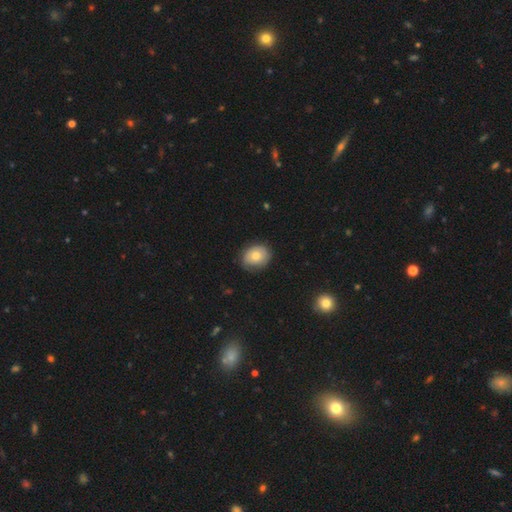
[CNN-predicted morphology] This is likely a smooth galaxy (72%). How rounded: possibly round (53%). Merging: likely none (78%).